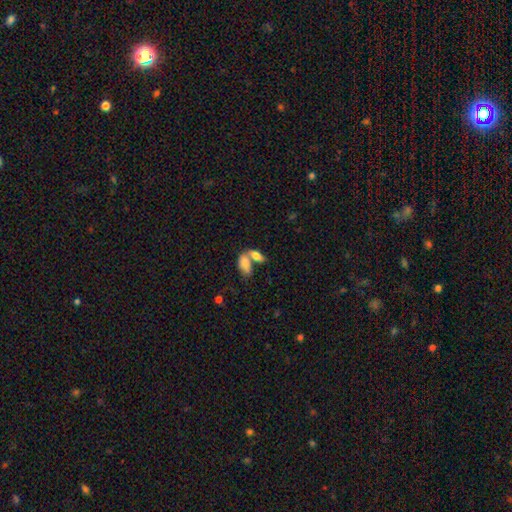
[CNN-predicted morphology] A smooth galaxy with no disk features (77%) that is in between round and cigar-shaped (87%). Merging: merger (61%).